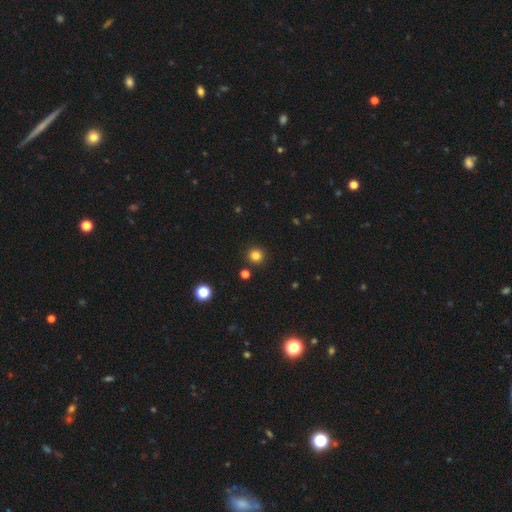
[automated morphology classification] smooth 82%, star or artifact 14%, featured or disk 4%. Down the decision tree: how rounded — round (95%); merging — none (91%).